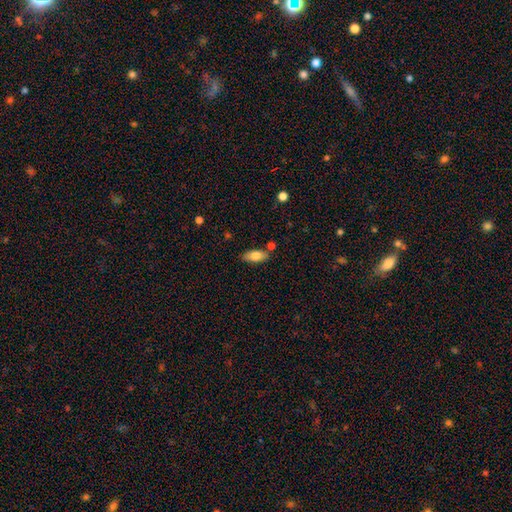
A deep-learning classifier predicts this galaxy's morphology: Overall: smooth (80%). How rounded: in between (84%). Merging: none (77%).